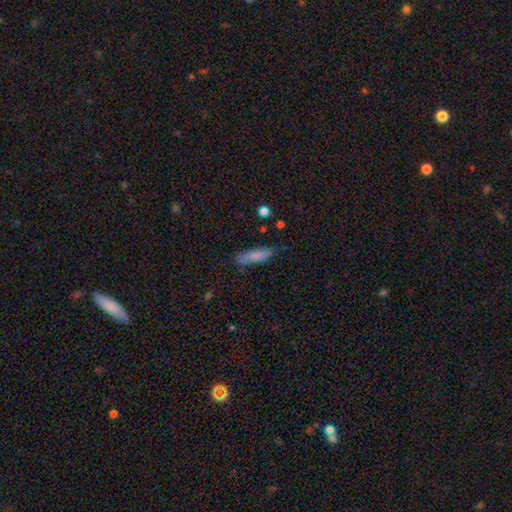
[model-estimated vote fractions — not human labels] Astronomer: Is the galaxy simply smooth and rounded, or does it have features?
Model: smooth — 78%.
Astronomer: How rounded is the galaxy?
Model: cigar-shaped — 62%.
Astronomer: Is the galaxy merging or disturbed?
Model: none — 73%.